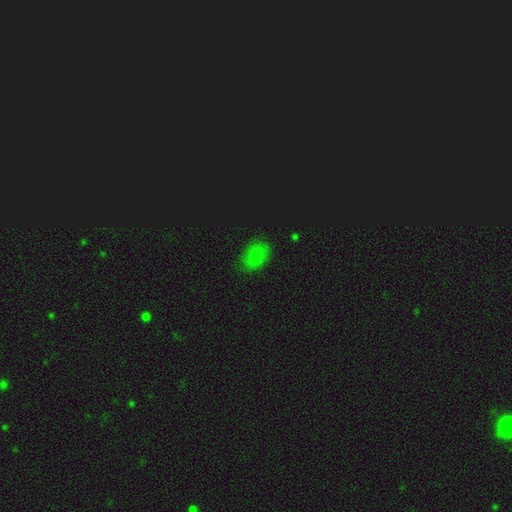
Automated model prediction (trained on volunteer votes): Overall: smooth (70%). How rounded: in between (76%). Merging: none (73%).